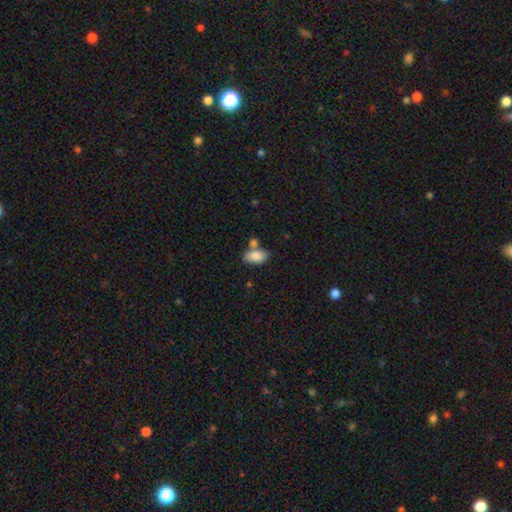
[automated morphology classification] smooth 84%, featured or disk 9%, star or artifact 7%. Down the decision tree: how rounded — in between (92%); merging — none (50%).